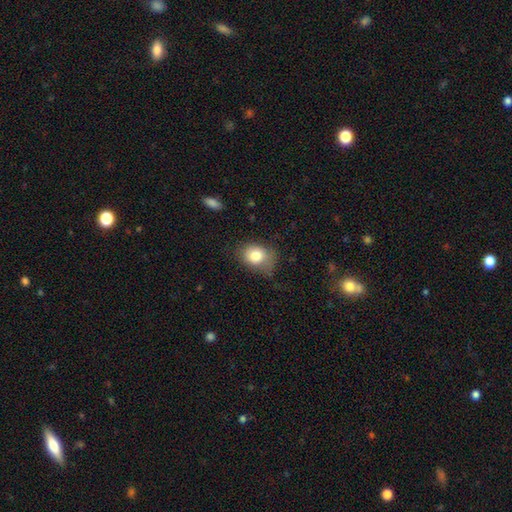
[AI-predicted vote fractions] This appears to be a smooth galaxy with no disk features (81%) that is in between round and cigar-shaped (55%). Merging: none (56%).